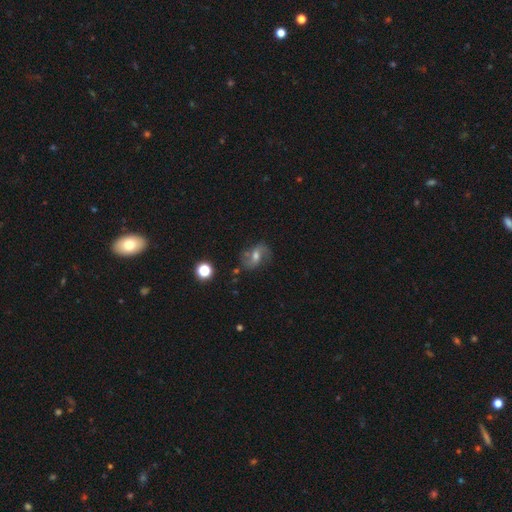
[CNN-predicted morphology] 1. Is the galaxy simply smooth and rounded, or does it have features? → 64% featured or disk, 24% smooth, 12% star or artifact.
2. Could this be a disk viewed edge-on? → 96% no, 4% yes.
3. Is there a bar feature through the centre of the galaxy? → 47% weak, 34% no, 18% strong.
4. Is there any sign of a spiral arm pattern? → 87% yes, 13% no.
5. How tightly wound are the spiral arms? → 55% loose, 35% medium, 10% tight.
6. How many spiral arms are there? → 88% 2, 6% can't tell, 4% 1, 1% 3, 1% 4, 1% more than 4.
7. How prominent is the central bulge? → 62% moderate, 24% small, 9% large, 3% none, 2% dominant.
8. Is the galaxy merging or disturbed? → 68% none, 19% minor disturbance, 9% major disturbance, 5% merger.